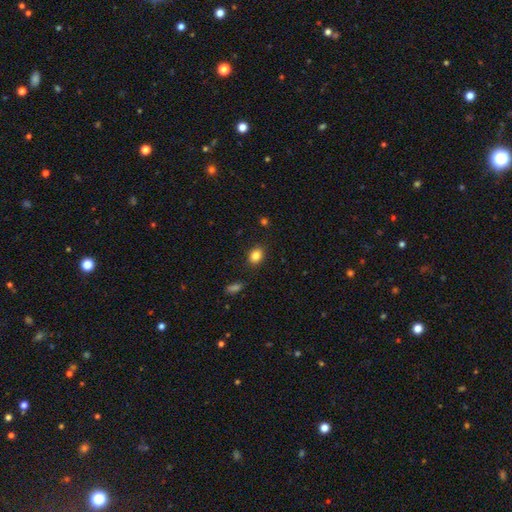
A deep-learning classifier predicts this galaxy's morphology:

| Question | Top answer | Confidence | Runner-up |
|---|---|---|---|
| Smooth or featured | smooth | 84% | star or artifact (10%) |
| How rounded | in between | 60% | round (39%) |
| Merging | none | 86% | minor disturbance (10%) |